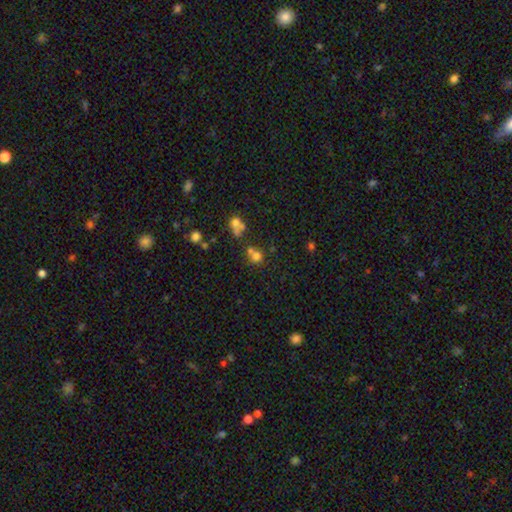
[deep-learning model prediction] The model was most divided on "merging": none: 44%, merger: 41%, minor disturbance: 9%, major disturbance: 6%. More confident: how rounded — round (80%); smooth or featured — smooth (69%).